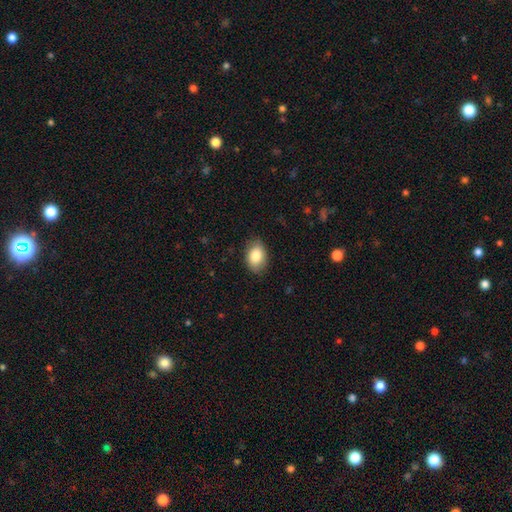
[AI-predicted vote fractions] This appears to be a smooth galaxy with no disk features (84%) that is in between round and cigar-shaped (85%). Merging: none (82%).